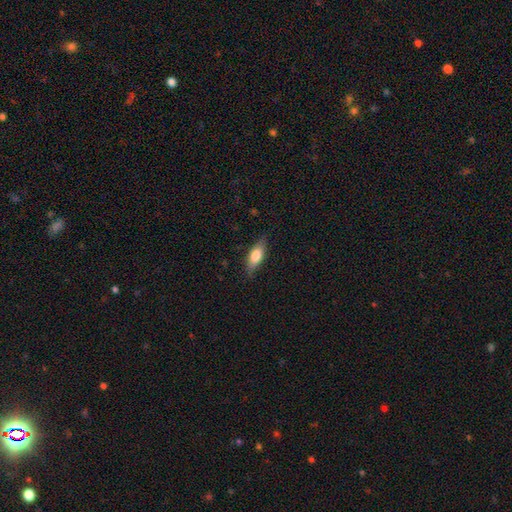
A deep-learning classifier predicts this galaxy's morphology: This appears to be a smooth galaxy with no disk features (71%) that is in between round and cigar-shaped (69%). Merging: none (80%).